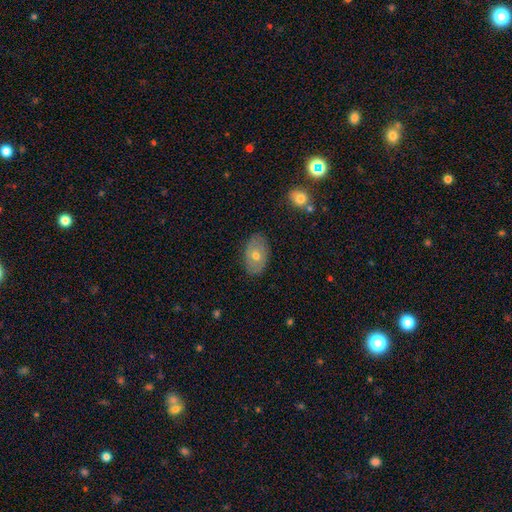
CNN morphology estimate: Smooth or featured? featured or disk (47%)
Merging? none (82%)